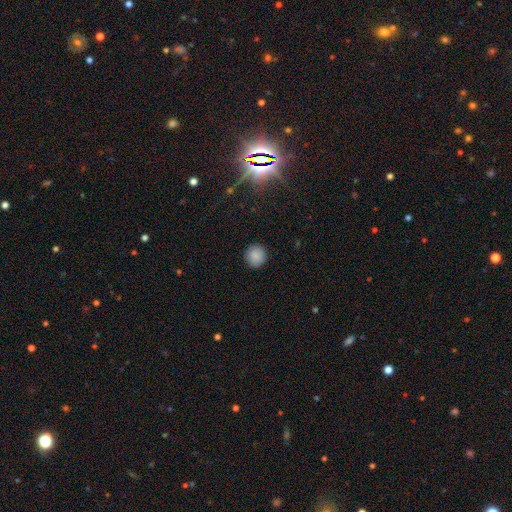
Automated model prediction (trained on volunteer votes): Smooth or featured? smooth (86%)
How rounded? round (93%)
Merging? none (90%)